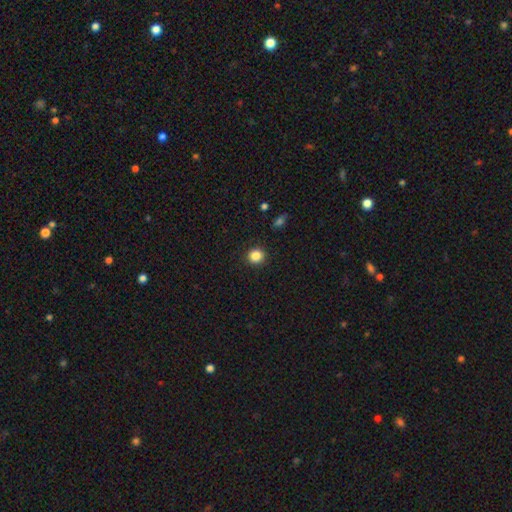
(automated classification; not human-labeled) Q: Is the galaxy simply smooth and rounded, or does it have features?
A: smooth — 85%.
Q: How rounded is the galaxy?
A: round — 89%.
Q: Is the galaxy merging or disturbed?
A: none — 92%.